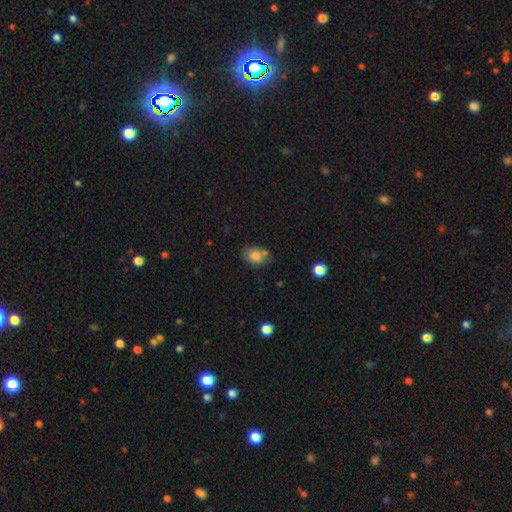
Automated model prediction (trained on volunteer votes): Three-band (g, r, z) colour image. It shows a smooth galaxy with no disk features (80%) that is in between round and cigar-shaped (73%). Merging: none (62%).